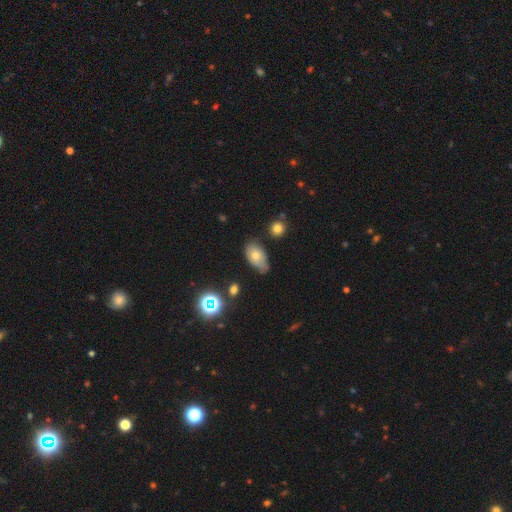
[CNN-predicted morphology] Smooth or featured? Predicted: smooth (p=0.68). How rounded? Predicted: in between (p=0.89). Merging? Predicted: minor disturbance (p=0.42, tied with none).